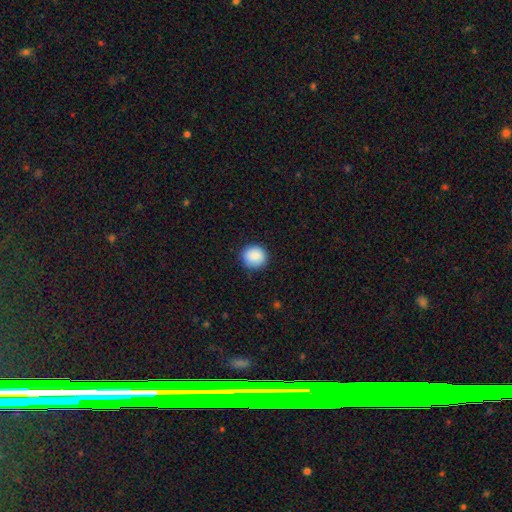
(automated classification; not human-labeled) Morphology: type=smooth (89%); roundness=round (88%); merging=none (88%).